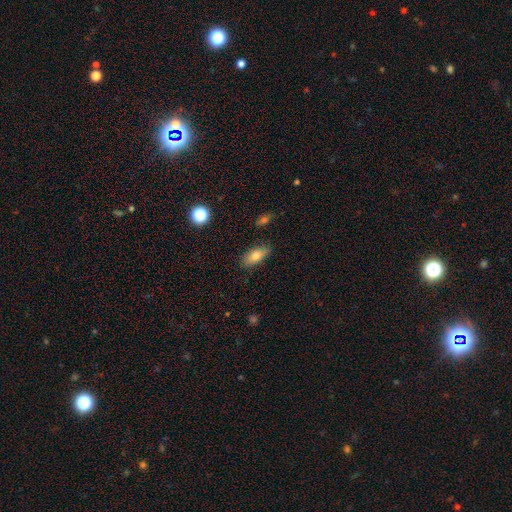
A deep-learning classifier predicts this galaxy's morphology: A smooth galaxy with no disk features (78%) that is in between round and cigar-shaped (86%).

Vote fractions:
- Smooth or featured? smooth: 78% / featured or disk: 14% / star or artifact: 9%
- How rounded? in between: 86% / cigar-shaped: 10% / round: 4%
- Merging? none: 82% / minor disturbance: 14% / major disturbance: 3% / merger: 2%